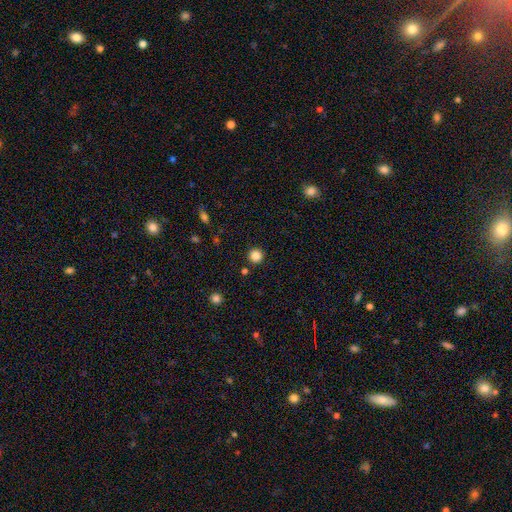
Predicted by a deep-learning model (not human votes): Morphology: type=smooth (85%); roundness=round (96%); merging=none (92%).